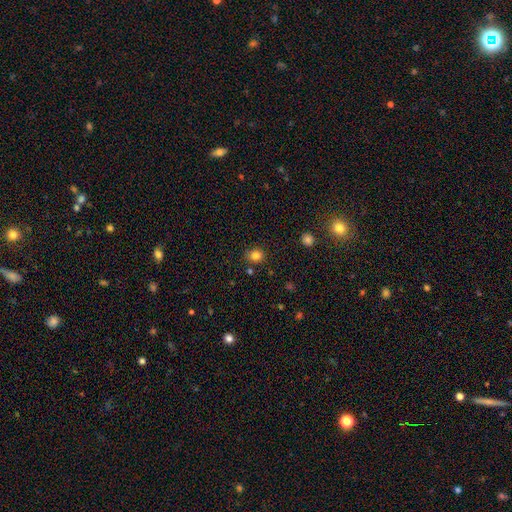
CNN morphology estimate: This appears to be a smooth galaxy with no disk features (82%) that is round (74%). Merging: none (85%).